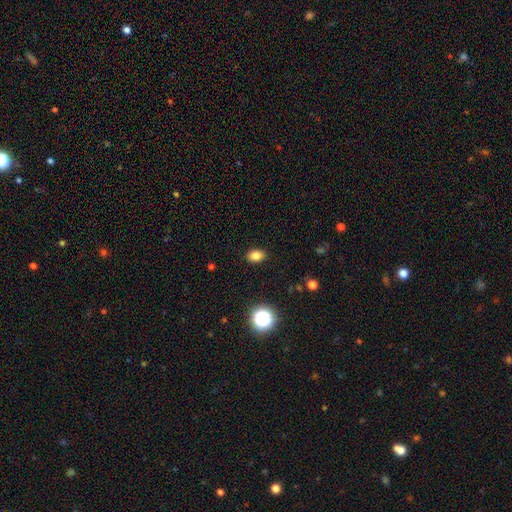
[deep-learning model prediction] Smooth or featured? smooth (82%)
How rounded? in between (76%)
Merging? none (89%)